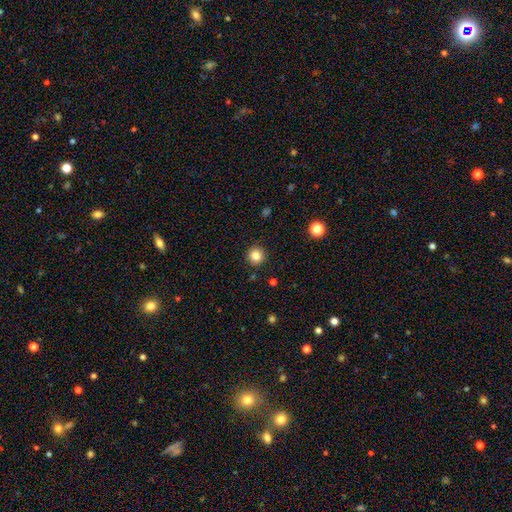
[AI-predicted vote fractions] A smooth galaxy with no disk features (83%) that is round (95%). Merging: none (92%).